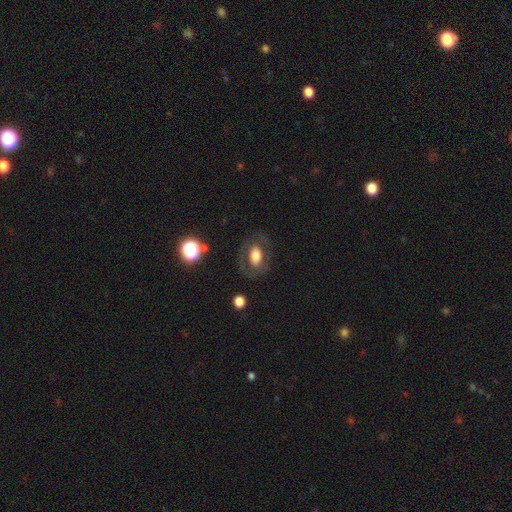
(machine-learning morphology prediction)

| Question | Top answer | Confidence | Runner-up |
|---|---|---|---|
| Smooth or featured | smooth | 54% | featured or disk (37%) |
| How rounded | in between | 78% | round (20%) |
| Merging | none | 74% | minor disturbance (14%) |